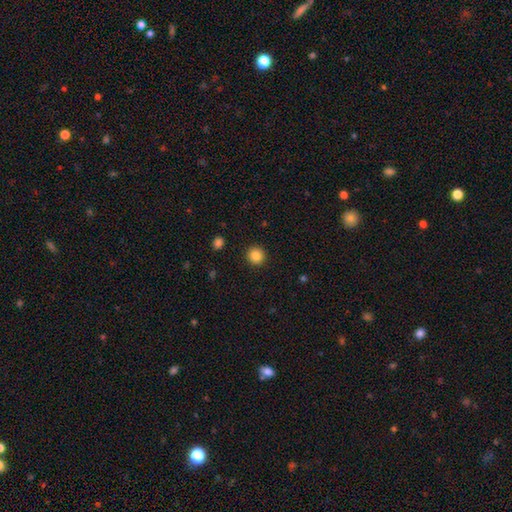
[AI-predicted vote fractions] smooth-or-featured: smooth: 85% | star or artifact: 10% | featured or disk: 4%
  how-rounded: round: 94% | in between: 5% | cigar-shaped: 1%
  merging: none: 92% | minor disturbance: 5% | major disturbance: 2% | merger: 1%